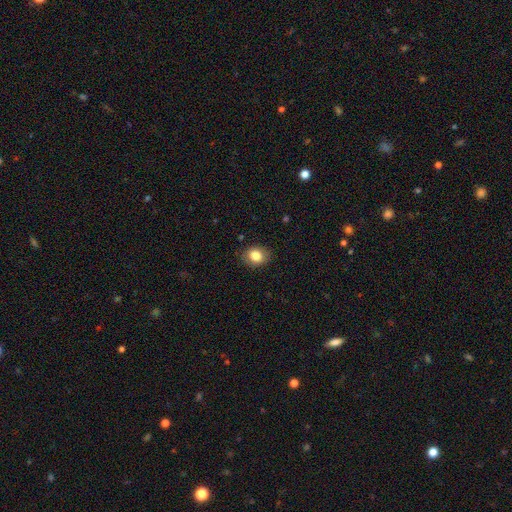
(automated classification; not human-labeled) Smooth or featured? smooth (83%)
How rounded? in between (51%)
Merging? none (87%)